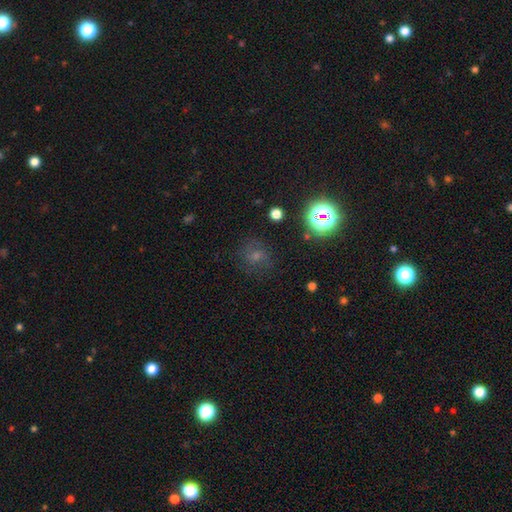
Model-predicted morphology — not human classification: This is possibly a smooth galaxy (50%). Merging: likely none (69%).